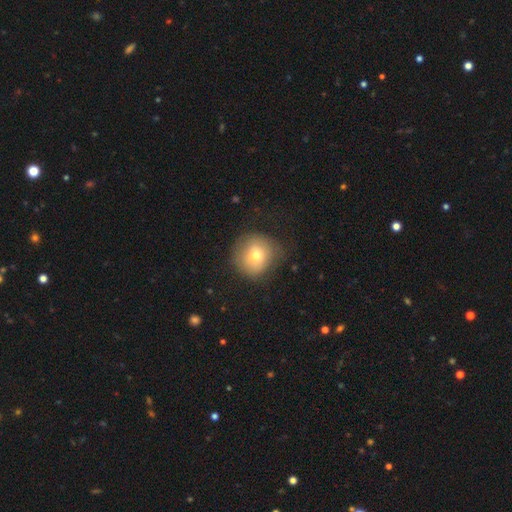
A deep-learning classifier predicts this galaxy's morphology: smooth_or_featured: smooth (p=0.73) [alt: featured or disk p=0.17]
how_rounded: round (p=0.88) [alt: in between p=0.11]
merging: none (p=0.73) [alt: minor disturbance p=0.19]